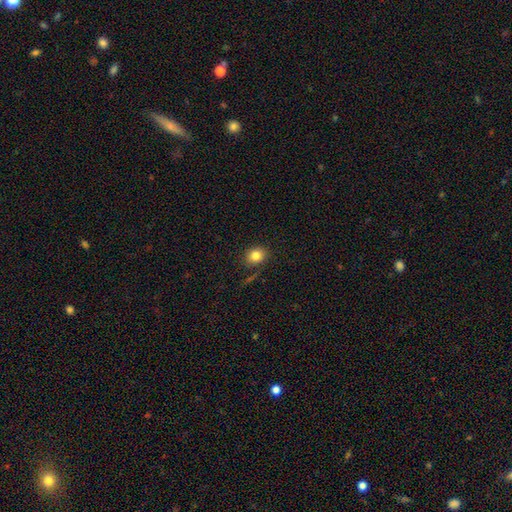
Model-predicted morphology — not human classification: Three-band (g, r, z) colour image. It shows a smooth galaxy with no disk features (82%) that is round (67%). Merging: none (82%).